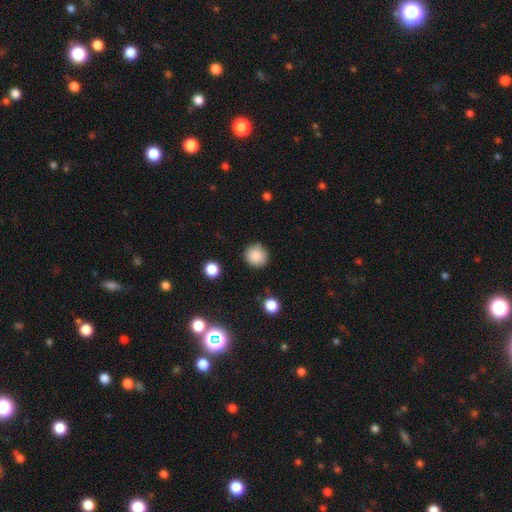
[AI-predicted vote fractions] smooth 86%, star or artifact 9%, featured or disk 4%. Down the decision tree: how rounded — round (92%); merging — none (84%).